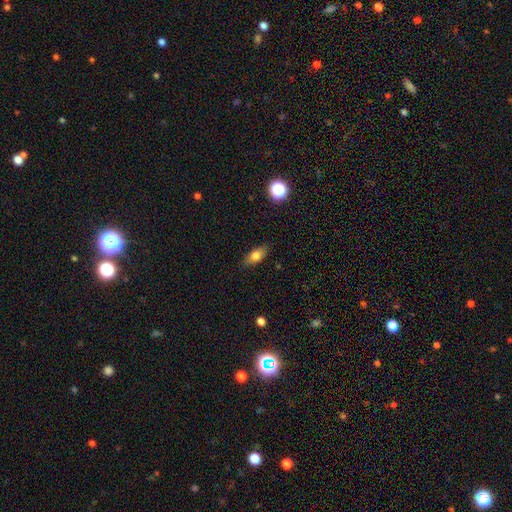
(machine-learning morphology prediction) smooth_or_featured: smooth (p=0.74) [alt: featured or disk p=0.17]
how_rounded: in between (p=0.77) [alt: cigar-shaped p=0.16]
merging: none (p=0.84) [alt: minor disturbance p=0.12]